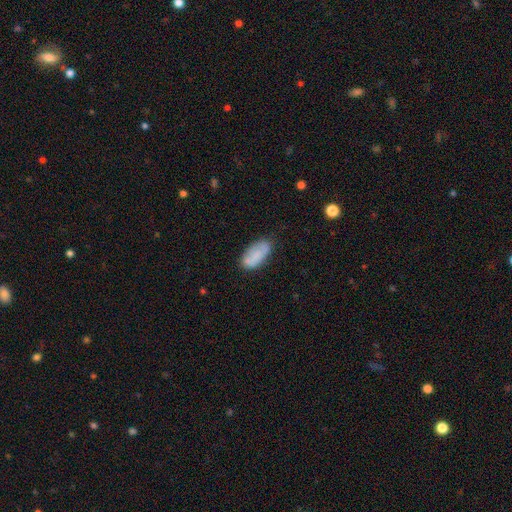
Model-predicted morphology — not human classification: A smooth galaxy with no disk features (75%) that is in between round and cigar-shaped (92%). Merging: none (72%).